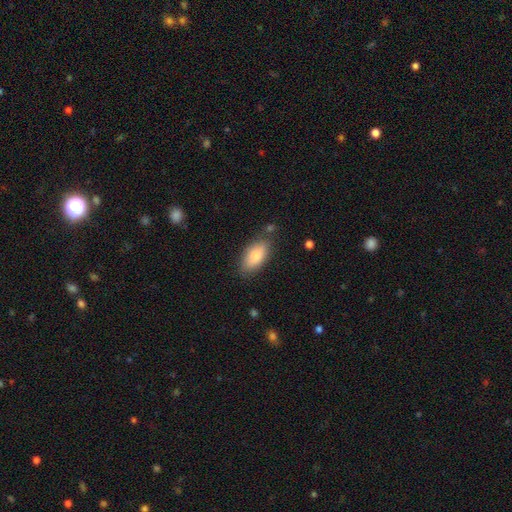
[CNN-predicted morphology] Smooth or featured: smooth — 83% (featured or disk — 11%)
How rounded: in between — 90% (cigar-shaped — 7%)
Merging: none — 78% (minor disturbance — 15%)